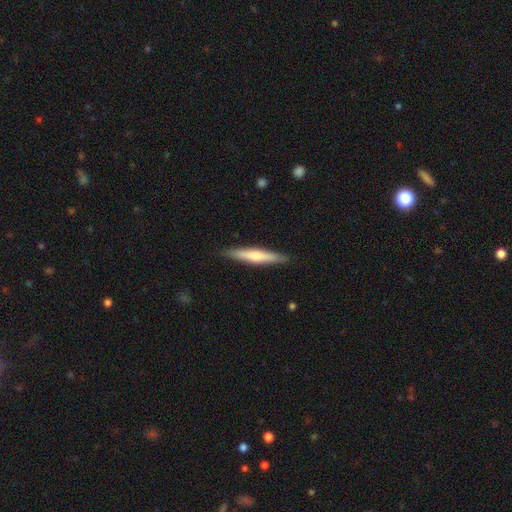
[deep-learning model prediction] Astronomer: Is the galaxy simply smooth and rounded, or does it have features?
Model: smooth — 55% (runner-up: featured or disk, 40%).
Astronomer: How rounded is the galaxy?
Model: cigar-shaped — 93%.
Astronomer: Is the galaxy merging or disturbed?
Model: none — 89%.